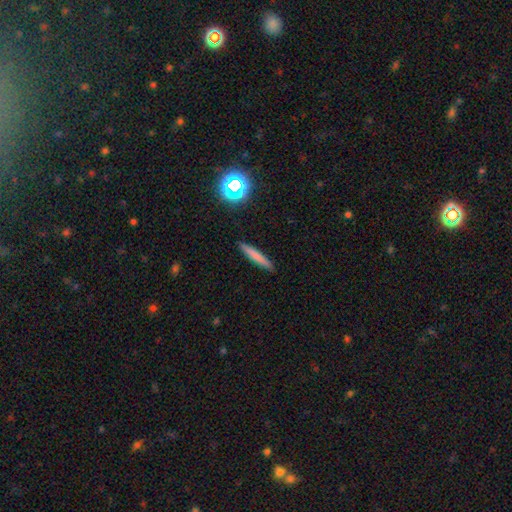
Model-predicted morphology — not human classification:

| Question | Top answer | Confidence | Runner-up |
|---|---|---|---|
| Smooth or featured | smooth | 71% | featured or disk (20%) |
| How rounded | cigar-shaped | 93% | in between (5%) |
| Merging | none | 90% | minor disturbance (7%) |